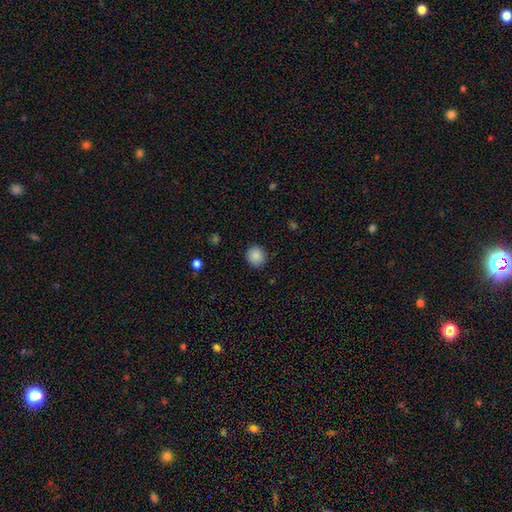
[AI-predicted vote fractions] Overall: smooth (88%). How rounded: round (89%). Merging: none (89%).